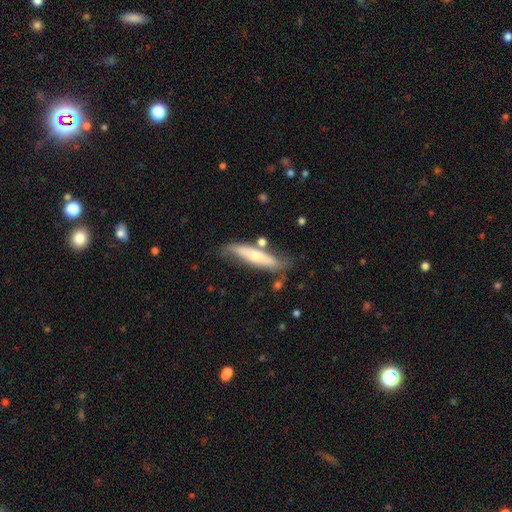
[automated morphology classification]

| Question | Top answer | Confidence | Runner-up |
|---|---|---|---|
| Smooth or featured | smooth | 53% | featured or disk (41%) |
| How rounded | cigar-shaped | 74% | in between (25%) |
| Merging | none | 63% | minor disturbance (22%) |